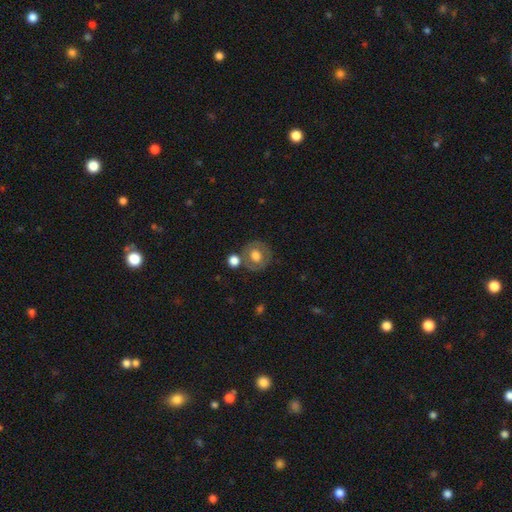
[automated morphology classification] Smooth or featured?
  - smooth: 56% *
  - featured or disk: 36%
  - star or artifact: 8%
How rounded?
  - round: 81% *
  - in between: 18%
  - cigar-shaped: 1%
Merging?
  - none: 68% *
  - minor disturbance: 14%
  - merger: 13%
  - major disturbance: 6%